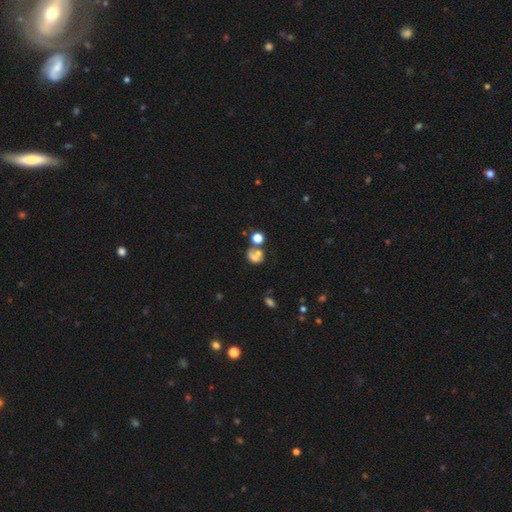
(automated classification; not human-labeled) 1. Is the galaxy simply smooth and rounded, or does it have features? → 51% smooth, 31% featured or disk, 18% star or artifact.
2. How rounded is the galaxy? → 56% round, 43% in between, 1% cigar-shaped.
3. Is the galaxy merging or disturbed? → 46% merger, 27% none, 15% major disturbance, 12% minor disturbance.